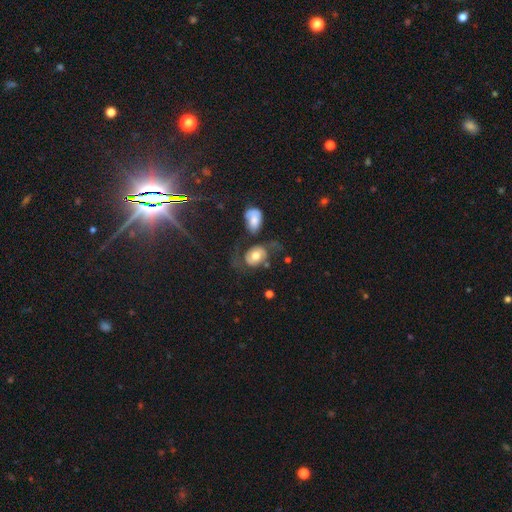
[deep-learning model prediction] smooth_or_featured: smooth (p=0.51) [alt: featured or disk p=0.41]
how_rounded: in between (p=0.59) [alt: round p=0.39]
merging: none (p=0.35) [alt: major disturbance p=0.31]